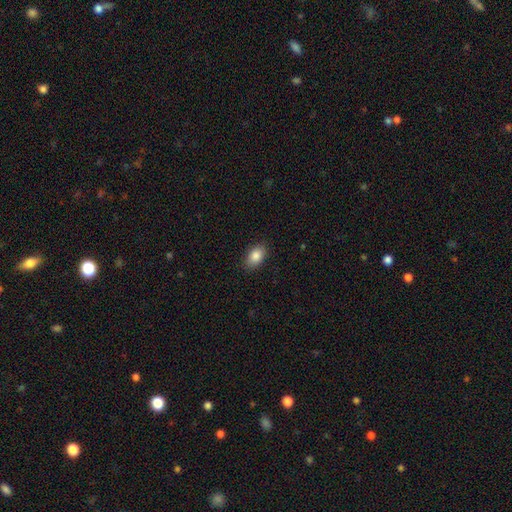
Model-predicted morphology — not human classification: Smooth or featured? smooth (87%)
How rounded? in between (90%)
Merging? none (87%)